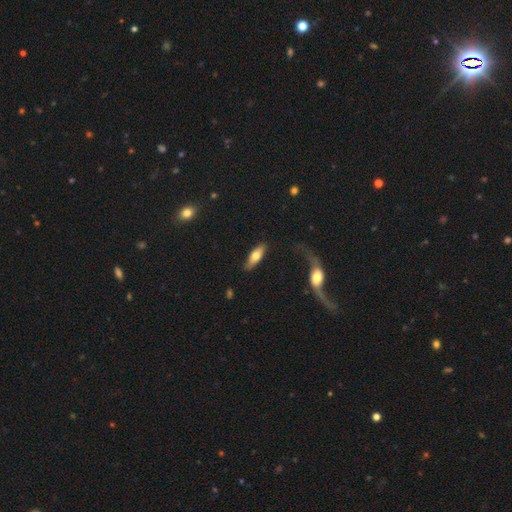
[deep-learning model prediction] This appears to be a smooth galaxy with no disk features (62%) that is in between round and cigar-shaped (64%). Merging: none (80%).